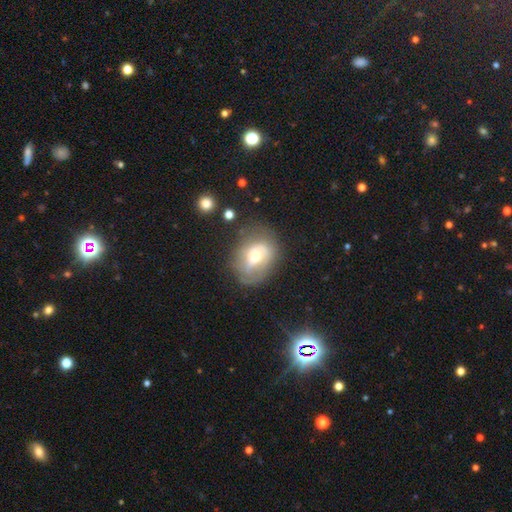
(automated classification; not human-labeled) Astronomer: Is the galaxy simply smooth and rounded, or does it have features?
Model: featured or disk — 46% (runner-up: smooth, 45%).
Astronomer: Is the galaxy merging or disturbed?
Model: none — 52% (runner-up: minor disturbance, 27%).